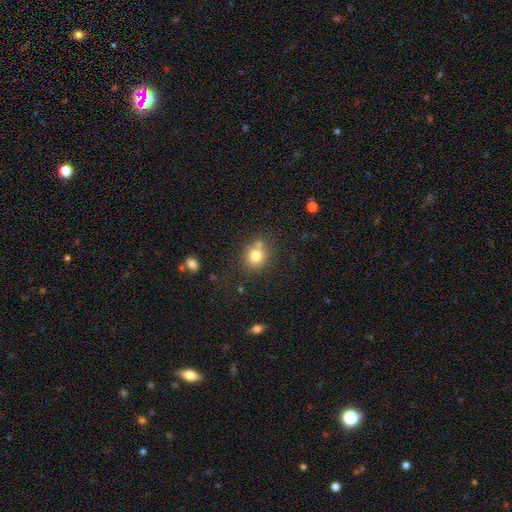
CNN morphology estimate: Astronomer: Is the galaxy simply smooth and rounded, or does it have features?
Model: smooth — 78%.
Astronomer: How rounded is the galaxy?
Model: round — 81%.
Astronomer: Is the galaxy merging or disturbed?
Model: none — 68%.